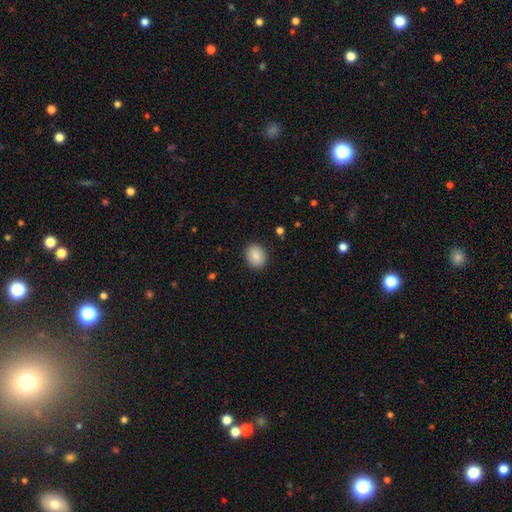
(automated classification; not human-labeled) Q: Smooth or featured?
A: smooth (88%); runner-up: star or artifact (7%)
Q: How rounded?
A: round (52%); runner-up: in between (47%)
Q: Merging?
A: none (89%); runner-up: minor disturbance (8%)